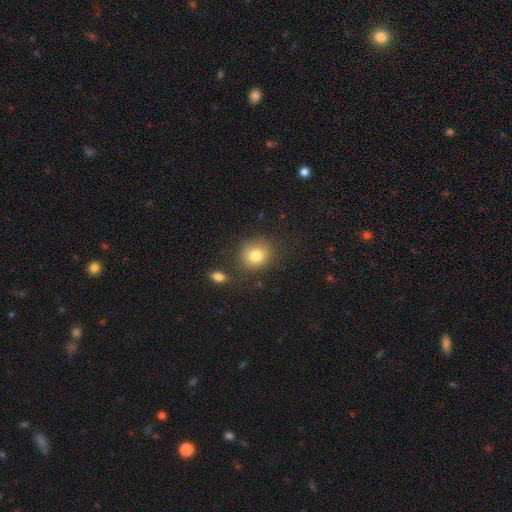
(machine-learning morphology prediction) smooth 80%, star or artifact 11%, featured or disk 9%. Down the decision tree: how rounded — round (83%); merging — none (79%).